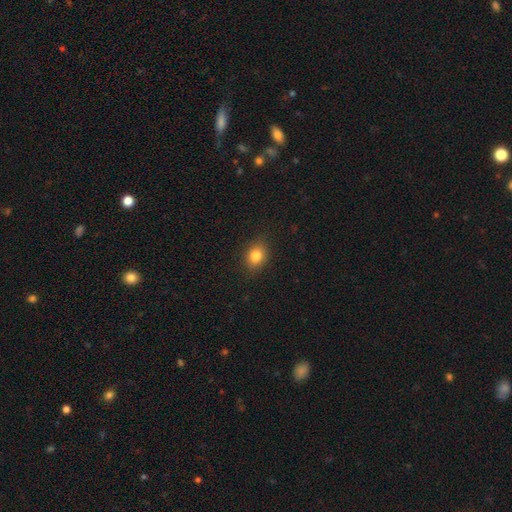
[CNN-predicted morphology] smooth_or_featured: smooth (p=0.82) [alt: star or artifact p=0.11]
how_rounded: in between (p=0.55) [alt: round p=0.44]
merging: none (p=0.87) [alt: minor disturbance p=0.10]